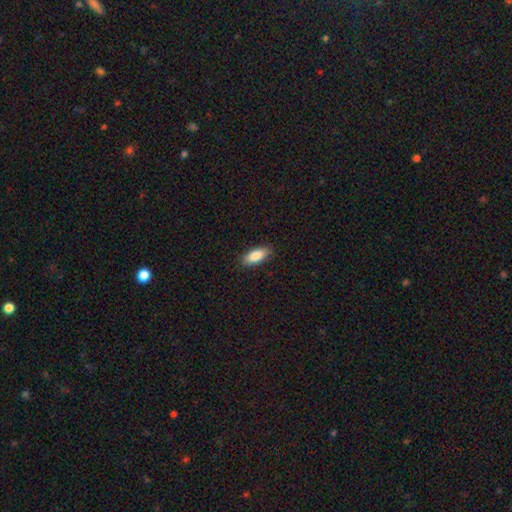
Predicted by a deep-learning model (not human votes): Smooth or featured? Predicted: smooth (p=0.86). How rounded? Predicted: in between (p=0.80). Merging? Predicted: none (p=0.88).